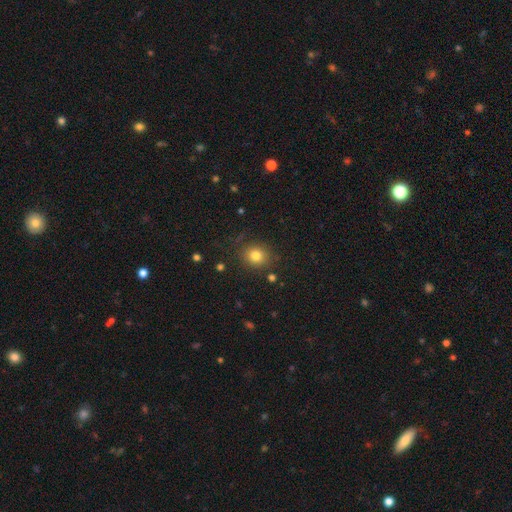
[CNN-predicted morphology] A smooth galaxy with no disk features (80%) that is round (79%).

Vote fractions:
- Smooth or featured? smooth: 80% / star or artifact: 13% / featured or disk: 7%
- How rounded? round: 79% / in between: 20% / cigar-shaped: 1%
- Merging? none: 84% / minor disturbance: 11% / major disturbance: 4% / merger: 2%